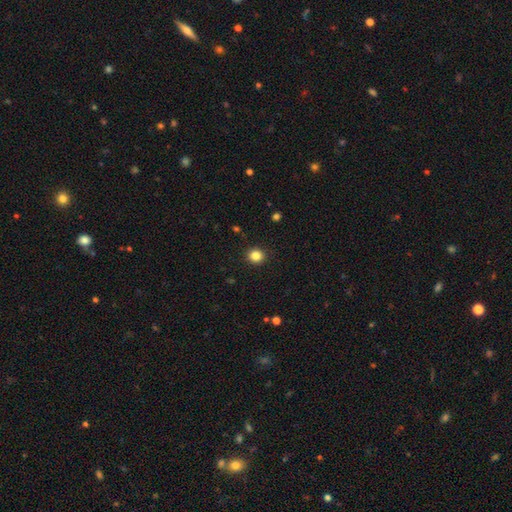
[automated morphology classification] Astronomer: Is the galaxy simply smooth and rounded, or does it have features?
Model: smooth — 85%.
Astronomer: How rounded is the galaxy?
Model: round — 87%.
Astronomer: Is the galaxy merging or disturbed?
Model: none — 92%.